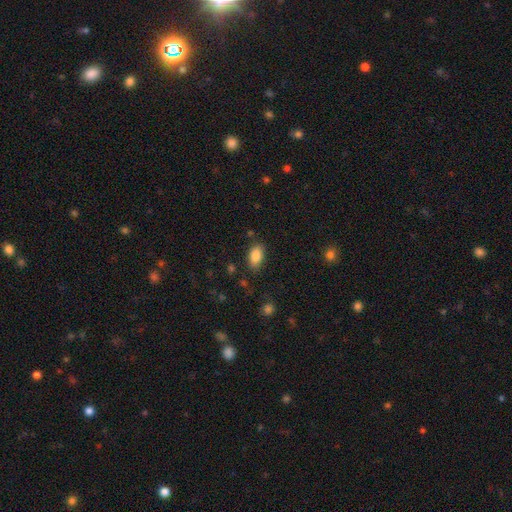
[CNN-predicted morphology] type=smooth (86%); roundness=in between (91%); merging=none (82%).